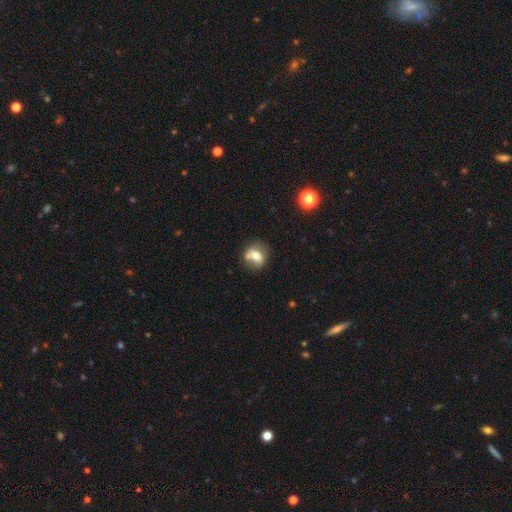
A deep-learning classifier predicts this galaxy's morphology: Smooth or featured: smooth — 66% (featured or disk — 24%)
How rounded: round — 53% (in between — 45%)
Merging: none — 50% (minor disturbance — 21%)